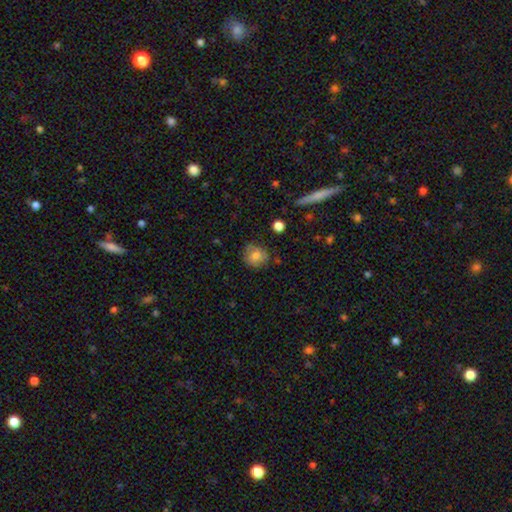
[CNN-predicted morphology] A smooth galaxy with no disk features (74%) that is round (78%). Merging: none (70%).